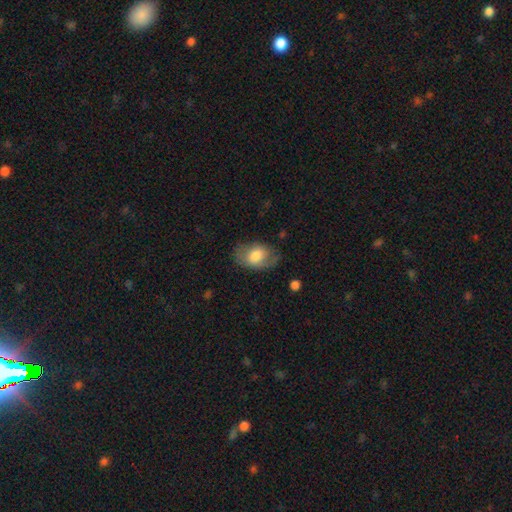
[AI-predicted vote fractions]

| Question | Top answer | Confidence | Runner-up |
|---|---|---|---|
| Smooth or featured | smooth | 67% | featured or disk (26%) |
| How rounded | in between | 85% | round (14%) |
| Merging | none | 67% | minor disturbance (22%) |